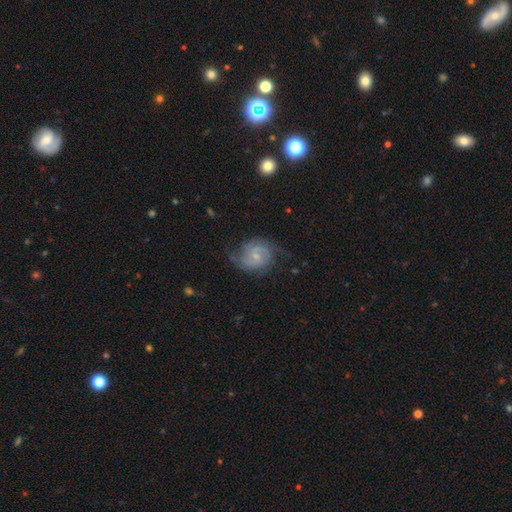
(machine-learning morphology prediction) This is likely a featured or disk galaxy (74%). It is clearly not viewed edge-on (98%). Bar: possibly no (55%). Spiral arm pattern: clearly yes (92%). Spiral arm count: likely 2 (71%). Spiral winding: marginally medium (43%). Central bulge: likely small (64%). Merging: likely none (63%).